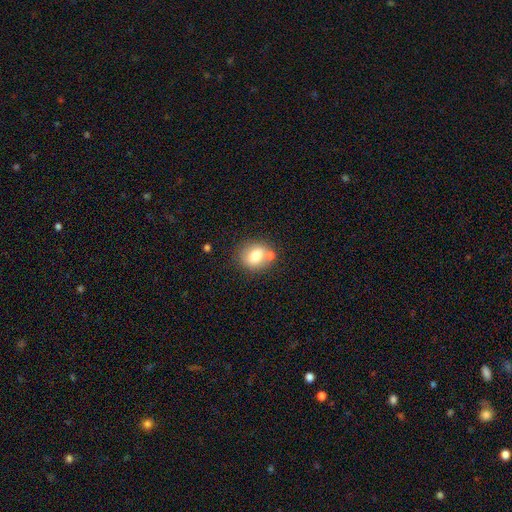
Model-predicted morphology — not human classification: smooth 74%, featured or disk 17%, star or artifact 10%. Down the decision tree: how rounded — round (62%); merging — none (62%).